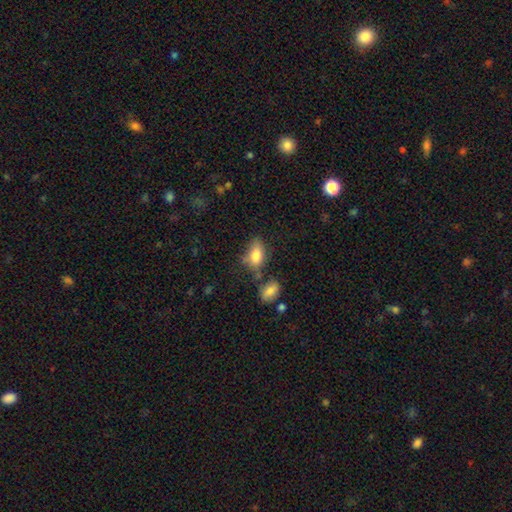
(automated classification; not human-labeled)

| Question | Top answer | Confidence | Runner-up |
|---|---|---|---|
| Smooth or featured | smooth | 80% | featured or disk (12%) |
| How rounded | in between | 88% | round (8%) |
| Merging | none | 55% | minor disturbance (24%) |